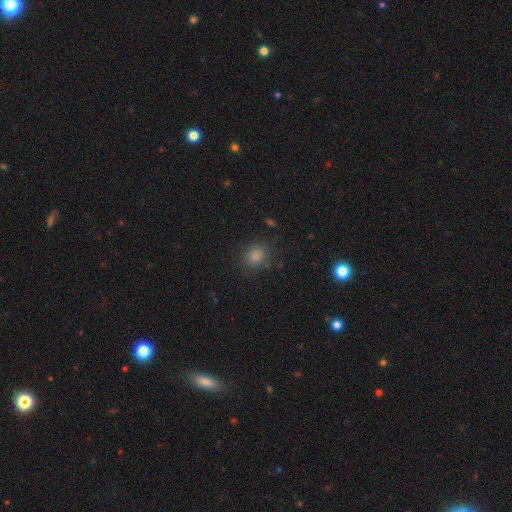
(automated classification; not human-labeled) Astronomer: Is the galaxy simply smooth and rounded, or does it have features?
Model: smooth — 79%.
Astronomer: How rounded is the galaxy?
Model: round — 78%.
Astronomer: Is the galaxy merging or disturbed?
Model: none — 86%.